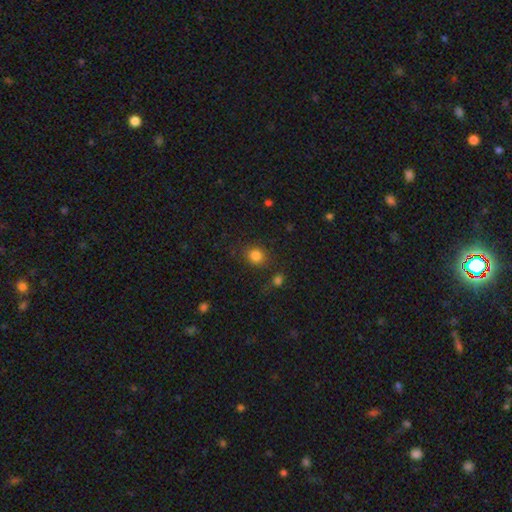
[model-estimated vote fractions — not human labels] Smooth or featured? Predicted: smooth (p=0.83). How rounded? Predicted: round (p=0.78). Merging? Predicted: none (p=0.78).